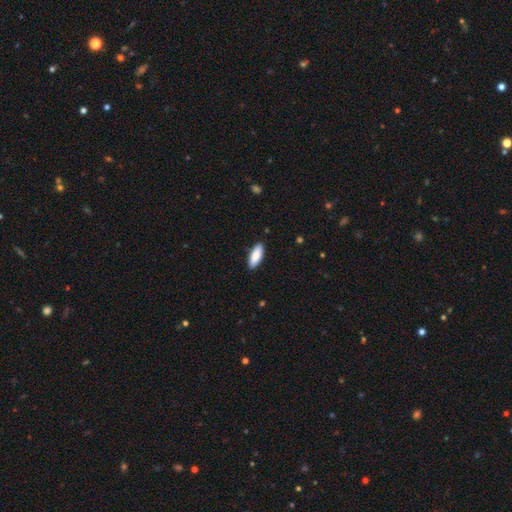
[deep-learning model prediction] Smooth or featured? Predicted: smooth (p=0.84). How rounded? Predicted: in between (p=0.68). Merging? Predicted: none (p=0.89).